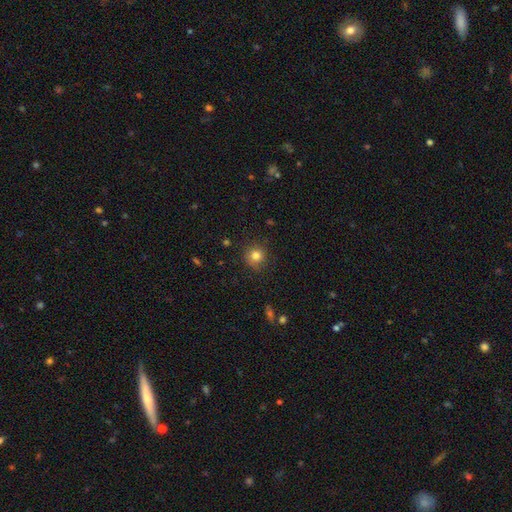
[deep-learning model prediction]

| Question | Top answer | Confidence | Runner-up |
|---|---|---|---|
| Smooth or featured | smooth | 81% | star or artifact (12%) |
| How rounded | round | 91% | in between (8%) |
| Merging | none | 85% | minor disturbance (11%) |